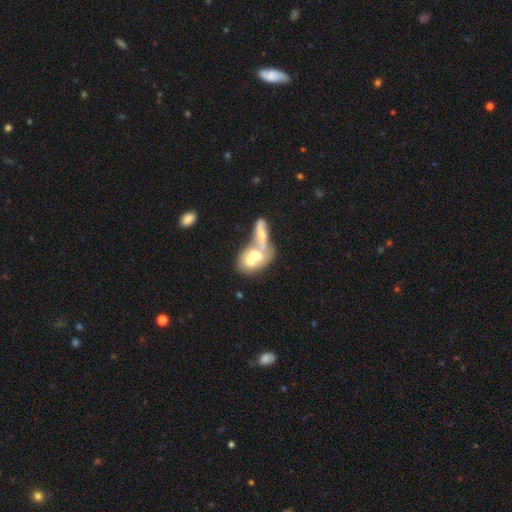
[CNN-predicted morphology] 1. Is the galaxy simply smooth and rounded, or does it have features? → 53% smooth, 38% featured or disk, 8% star or artifact.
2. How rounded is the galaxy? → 69% in between, 26% round, 5% cigar-shaped.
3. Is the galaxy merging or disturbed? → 77% merger, 12% none, 6% major disturbance, 5% minor disturbance.